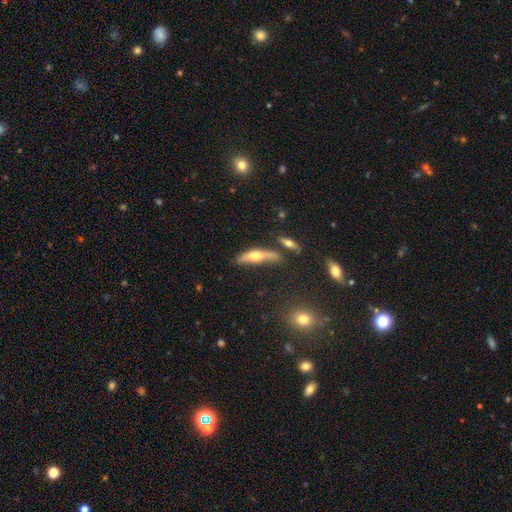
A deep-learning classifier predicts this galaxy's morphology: A smooth galaxy with no disk features (47%).

Vote fractions:
- Smooth or featured? smooth: 47% / featured or disk: 45% / star or artifact: 8%
- Merging? none: 50% / minor disturbance: 22% / merger: 17% / major disturbance: 11%